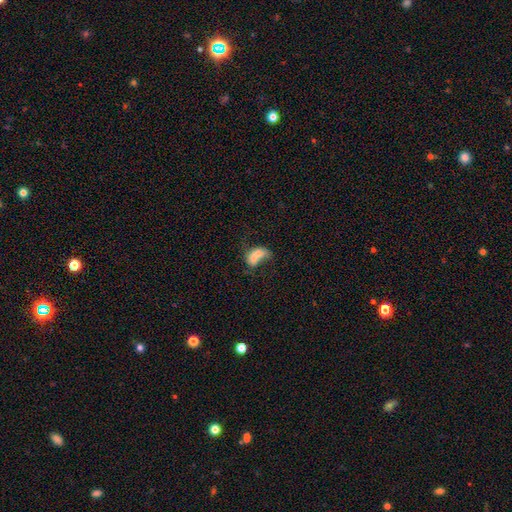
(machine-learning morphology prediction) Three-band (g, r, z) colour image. It shows a smooth galaxy with no disk features (63%) that is in between round and cigar-shaped (78%). Merging: merger (64%).